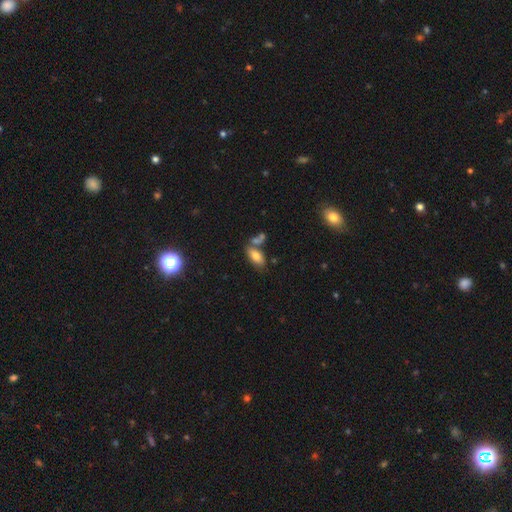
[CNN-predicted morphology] Smooth or featured?
  - smooth: 78% *
  - featured or disk: 13%
  - star or artifact: 9%
How rounded?
  - in between: 89% *
  - cigar-shaped: 7%
  - round: 3%
Merging?
  - none: 57% *
  - merger: 25%
  - minor disturbance: 14%
  - major disturbance: 5%